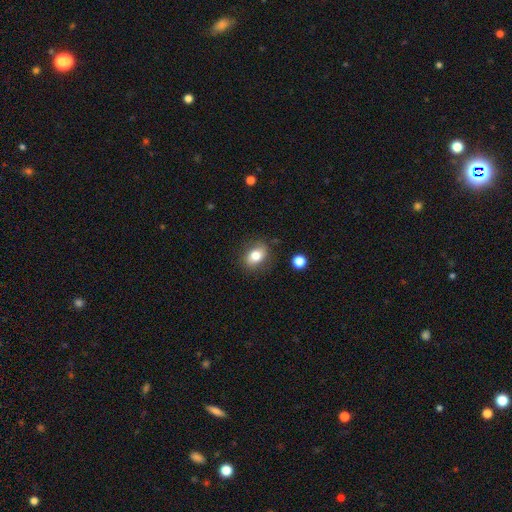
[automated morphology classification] The model was most divided on "how rounded": in between: 70%, round: 29%, cigar-shaped: 1%. More confident: merging — none (81%); smooth or featured — smooth (79%).